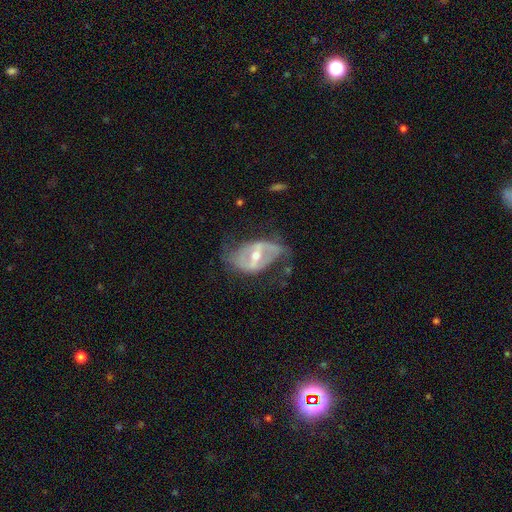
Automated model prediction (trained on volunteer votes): Morphology: type=featured or disk (83%); edge-on=no (93%); bar=strong (62%); spiral arms=yes (75%); winding=loose (44%); arm count=2 (81%); bulge=moderate (59%); merging=none (57%).